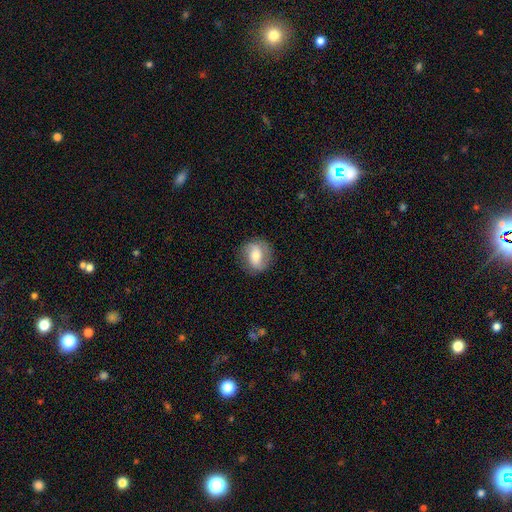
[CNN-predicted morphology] Q: Smooth or featured?
A: smooth (50%); runner-up: featured or disk (42%)
Q: How rounded?
A: round (64%); runner-up: in between (34%)
Q: Merging?
A: none (82%); runner-up: minor disturbance (13%)